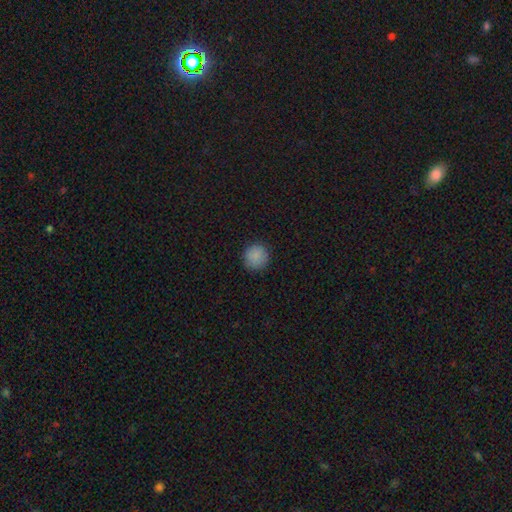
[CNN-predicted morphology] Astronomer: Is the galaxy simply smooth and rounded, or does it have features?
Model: smooth — 86%.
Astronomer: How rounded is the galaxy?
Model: round — 93%.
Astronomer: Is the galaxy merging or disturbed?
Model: none — 88%.